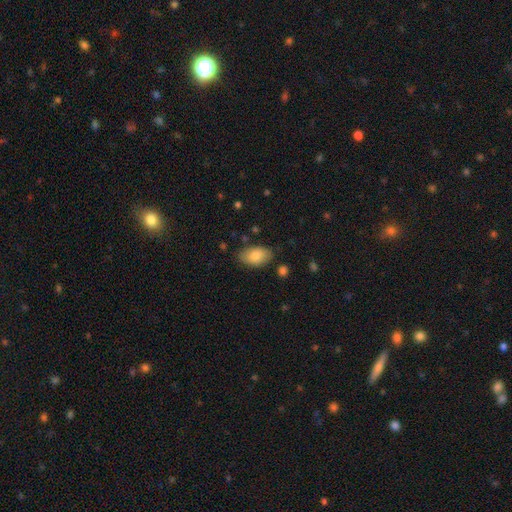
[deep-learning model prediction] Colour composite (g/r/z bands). It shows a smooth galaxy with no disk features (83%) that is in between round and cigar-shaped (93%). Merging: none (79%).